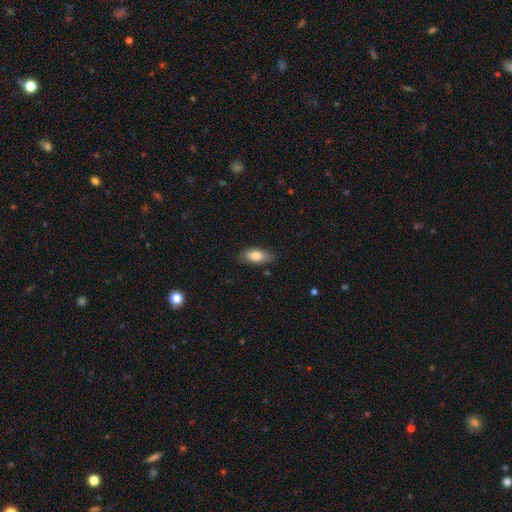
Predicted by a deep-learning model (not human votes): Overall: smooth (81%). How rounded: in between (86%). Merging: none (76%).